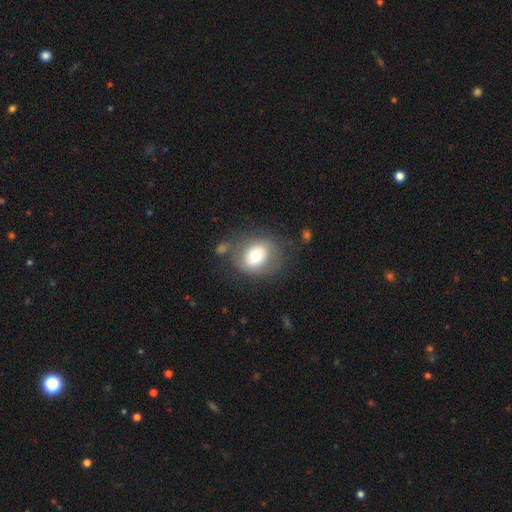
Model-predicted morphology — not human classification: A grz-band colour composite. It shows a smooth galaxy with no disk features (66%) that is round (55%). Merging: none (65%).